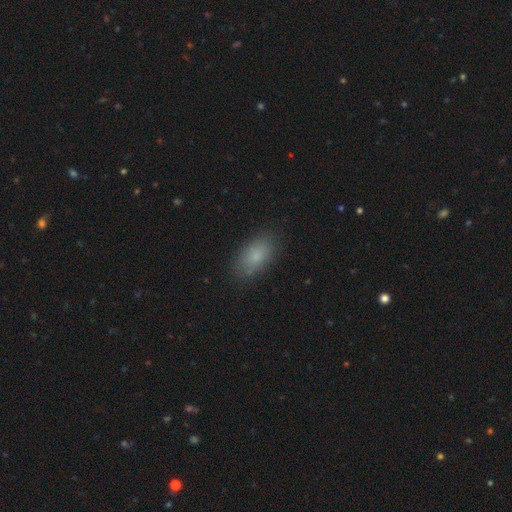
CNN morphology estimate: A smooth galaxy with no disk features (82%) that is in between round and cigar-shaped (91%).

Vote fractions:
- Smooth or featured? smooth: 82% / featured or disk: 9% / star or artifact: 8%
- How rounded? in between: 91% / round: 5% / cigar-shaped: 3%
- Merging? none: 85% / minor disturbance: 11% / major disturbance: 3% / merger: 1%